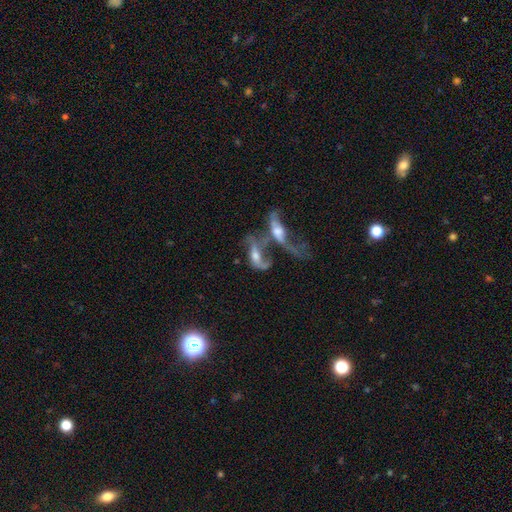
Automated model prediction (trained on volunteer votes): Q: Smooth or featured?
A: featured or disk (63%); runner-up: smooth (26%)
Q: Edge-on disk?
A: no (78%); runner-up: yes (22%)
Q: Merging?
A: merger (65%); runner-up: major disturbance (17%)